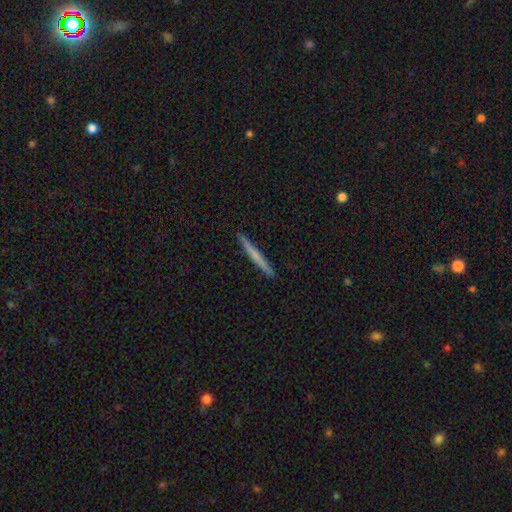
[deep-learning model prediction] Q: Smooth or featured?
A: smooth (60%); runner-up: featured or disk (34%)
Q: How rounded?
A: cigar-shaped (97%); runner-up: in between (2%)
Q: Merging?
A: none (92%); runner-up: minor disturbance (5%)